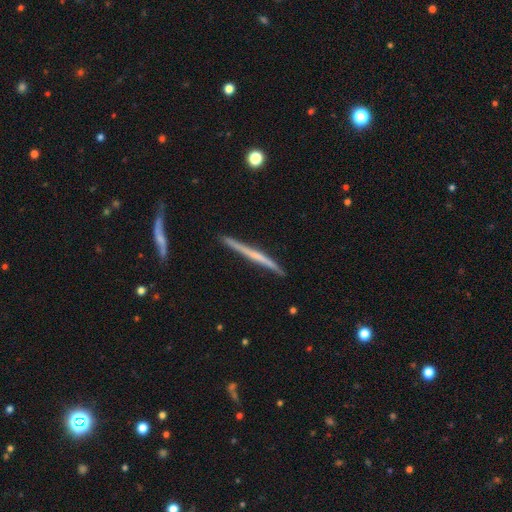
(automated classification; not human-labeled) This appears to be a featured or disk galaxy (67%) viewed edge-on (97%) with no central bulge (69%). Merging: none (86%).